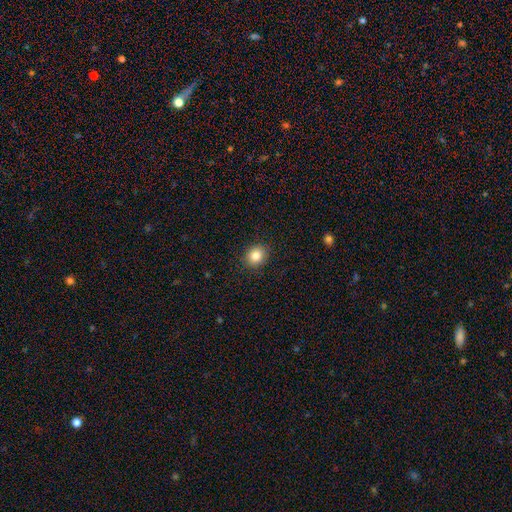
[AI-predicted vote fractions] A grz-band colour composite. It shows a smooth galaxy with no disk features (84%) that is round (67%). Merging: none (90%).